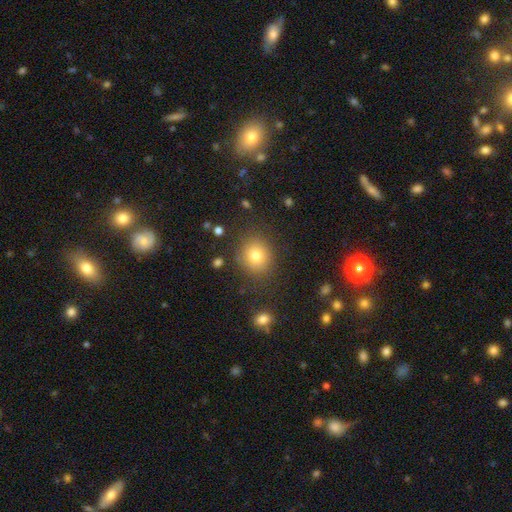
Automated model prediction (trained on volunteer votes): A smooth galaxy with no disk features (77%) that is round (77%).

Vote fractions:
- Smooth or featured? smooth: 77% / star or artifact: 14% / featured or disk: 9%
- How rounded? round: 77% / in between: 22% / cigar-shaped: 1%
- Merging? none: 85% / minor disturbance: 9% / major disturbance: 3% / merger: 2%